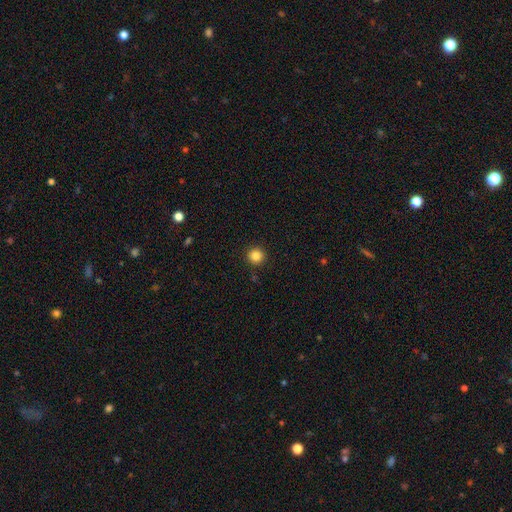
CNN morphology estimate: The model was most divided on "smooth or featured": smooth: 84%, star or artifact: 11%, featured or disk: 4%. More confident: how rounded — round (95%); merging — none (92%).